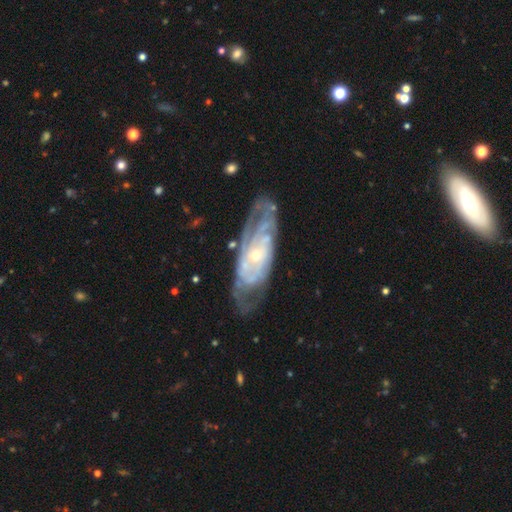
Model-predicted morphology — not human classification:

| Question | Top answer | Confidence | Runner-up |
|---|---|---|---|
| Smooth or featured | featured or disk | 85% | smooth (10%) |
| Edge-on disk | no | 90% | yes (10%) |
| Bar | no | 74% | weak (20%) |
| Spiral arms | yes | 91% | no (9%) |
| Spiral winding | tight | 67% | medium (26%) |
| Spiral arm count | can't tell | 46% | 2 (20%) |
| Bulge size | small | 72% | moderate (24%) |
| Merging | none | 65% | minor disturbance (21%) |